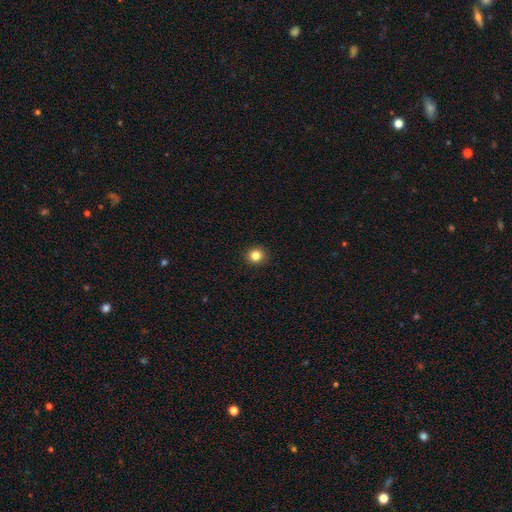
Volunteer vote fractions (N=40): Volunteers were most divided on "smooth or featured": smooth: 82%, star or artifact: 12%, featured or disk: 5%. More confident: merging — none (100%); how rounded — round (91%).